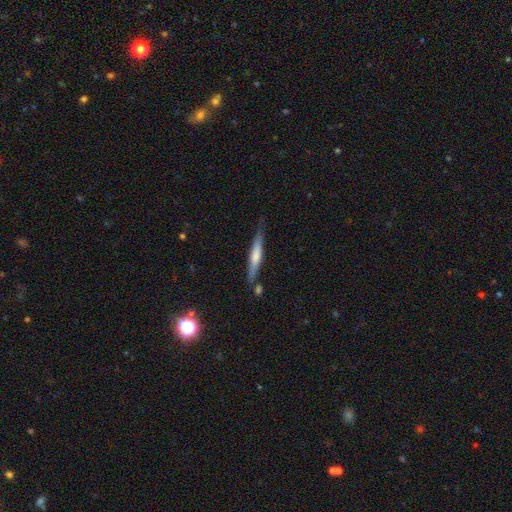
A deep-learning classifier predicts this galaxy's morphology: A smooth galaxy with no disk features (50%) that is cigar-shaped (92%).

Vote fractions:
- Smooth or featured? smooth: 50% / featured or disk: 44% / star or artifact: 5%
- How rounded? cigar-shaped: 92% / in between: 7% / round: 1%
- Merging? none: 68% / minor disturbance: 21% / merger: 6% / major disturbance: 5%